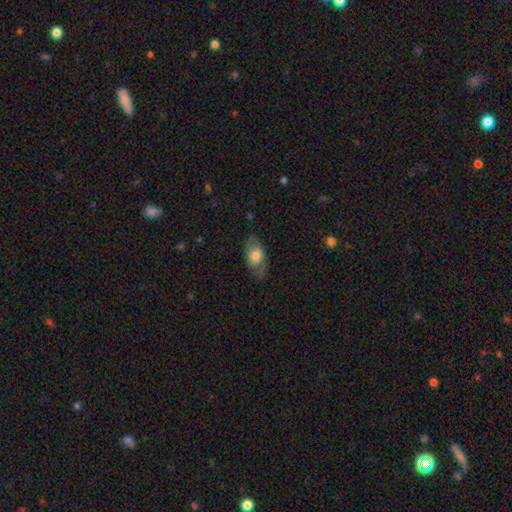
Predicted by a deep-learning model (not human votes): smooth_or_featured: smooth (p=0.55) [alt: featured or disk p=0.39]
how_rounded: in between (p=0.86) [alt: round p=0.11]
merging: none (p=0.75) [alt: minor disturbance p=0.16]